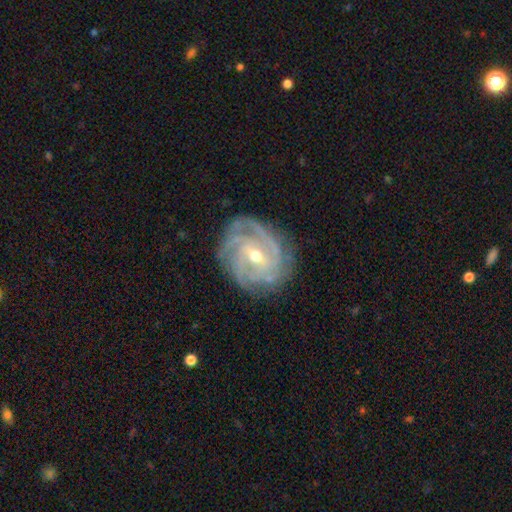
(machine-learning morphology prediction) Smooth or featured?
  - featured or disk: 89% *
  - smooth: 5%
  - star or artifact: 5%
Edge-on disk?
  - no: 97% *
  - yes: 3%
Bar?
  - weak: 48% *
  - no: 34%
  - strong: 18%
Spiral arms?
  - yes: 97% *
  - no: 3%
Spiral winding?
  - tight: 69% *
  - medium: 27%
  - loose: 4%
Spiral arm count?
  - 3: 29% *
  - 4: 27%
  - can't tell: 20%
  - 2: 11%
  - more than 4: 8%
  - 1: 6%
Bulge size?
  - moderate: 55% *
  - small: 42%
  - large: 2%
  - none: 1%
  - dominant: 1%
Merging?
  - none: 77% *
  - minor disturbance: 16%
  - major disturbance: 5%
  - merger: 1%